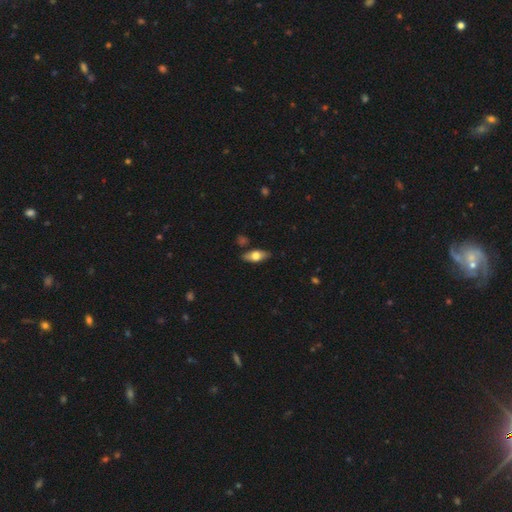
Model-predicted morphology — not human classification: Smooth or featured: smooth — 57% (featured or disk — 36%)
How rounded: in between — 77% (cigar-shaped — 20%)
Merging: none — 83% (minor disturbance — 12%)